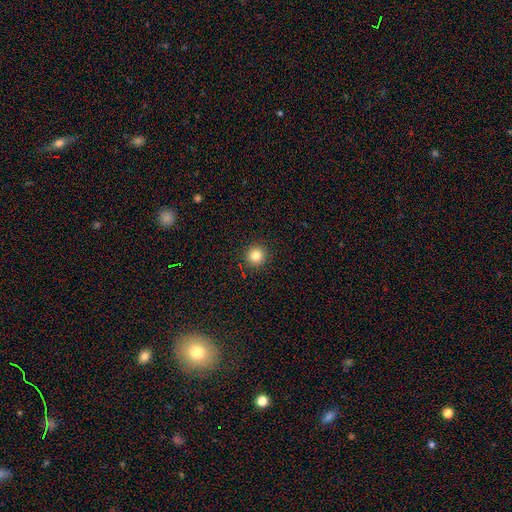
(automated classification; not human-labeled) The model was most divided on "smooth or featured": smooth: 83%, star or artifact: 12%, featured or disk: 6%. More confident: how rounded — round (95%); merging — none (92%).